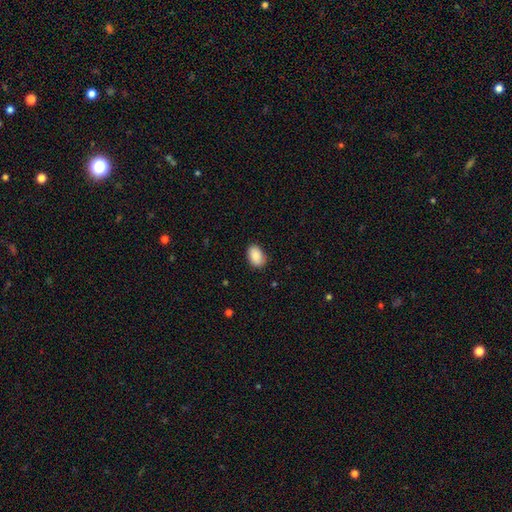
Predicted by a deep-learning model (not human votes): Smooth or featured? Predicted: smooth (p=0.89). How rounded? Predicted: in between (p=0.86). Merging? Predicted: none (p=0.86).